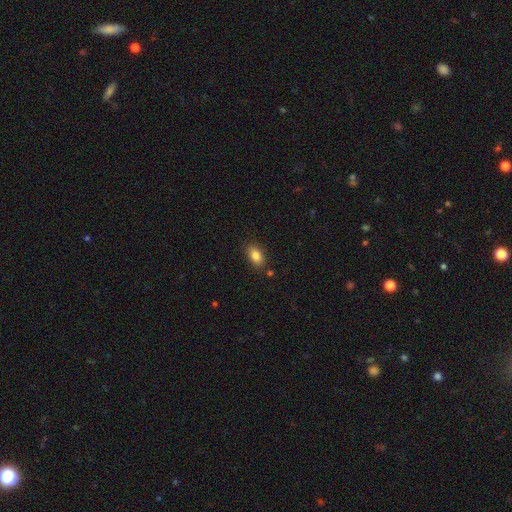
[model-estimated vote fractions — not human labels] This is clearly a smooth galaxy (85%). How rounded: clearly in between (87%). Merging: clearly none (85%).